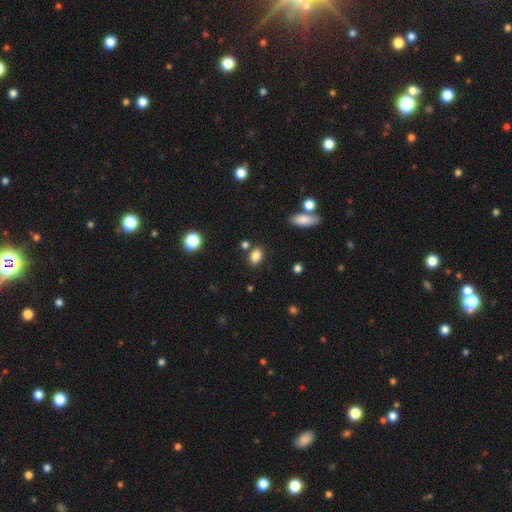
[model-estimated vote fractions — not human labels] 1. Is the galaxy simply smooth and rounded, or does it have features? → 83% smooth, 11% star or artifact, 6% featured or disk.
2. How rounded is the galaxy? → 72% in between, 26% round, 2% cigar-shaped.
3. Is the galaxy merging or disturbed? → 76% none, 11% minor disturbance, 9% merger, 3% major disturbance.